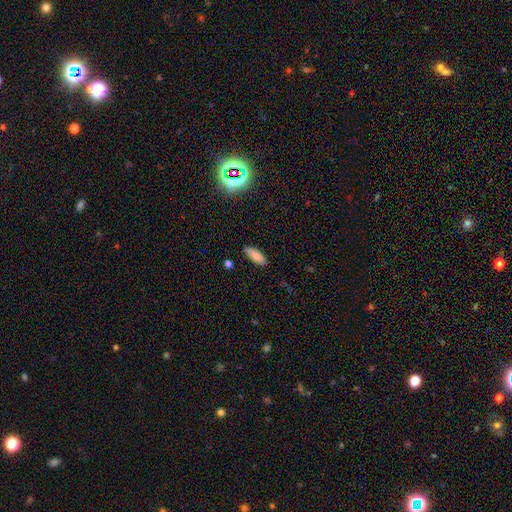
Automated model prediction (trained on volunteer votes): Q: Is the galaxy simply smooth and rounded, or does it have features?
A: smooth — 84%.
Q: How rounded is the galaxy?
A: in between — 72%.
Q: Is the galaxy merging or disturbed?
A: none — 85%.